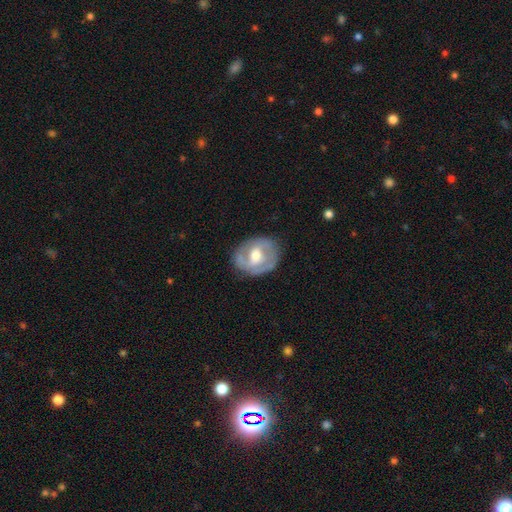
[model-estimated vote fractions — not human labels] Morphology: type=featured or disk (66%); edge-on=no (96%); bar=no (45%); spiral arms=yes (60%); bulge=moderate (66%); merging=none (74%).